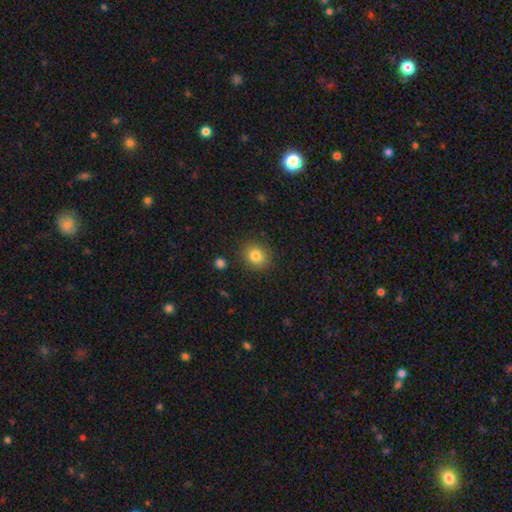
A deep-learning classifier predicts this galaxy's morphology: A smooth galaxy with no disk features (82%) that is round (67%).

Vote fractions:
- Smooth or featured? smooth: 82% / star or artifact: 10% / featured or disk: 7%
- How rounded? round: 67% / in between: 33% / cigar-shaped: 1%
- Merging? none: 87% / minor disturbance: 9% / major disturbance: 3% / merger: 2%